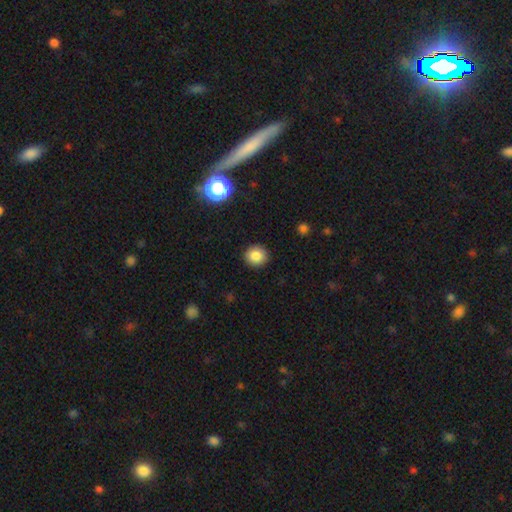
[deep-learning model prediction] Q: Smooth or featured?
A: smooth (85%); runner-up: star or artifact (10%)
Q: How rounded?
A: round (87%); runner-up: in between (12%)
Q: Merging?
A: none (91%); runner-up: minor disturbance (6%)